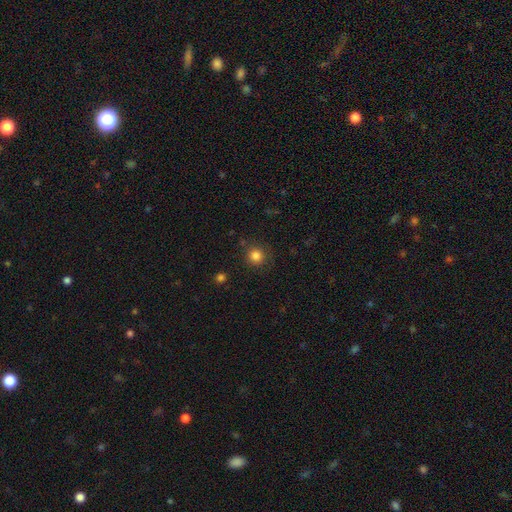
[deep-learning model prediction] Morphology: type=smooth (83%); roundness=round (93%); merging=none (86%).